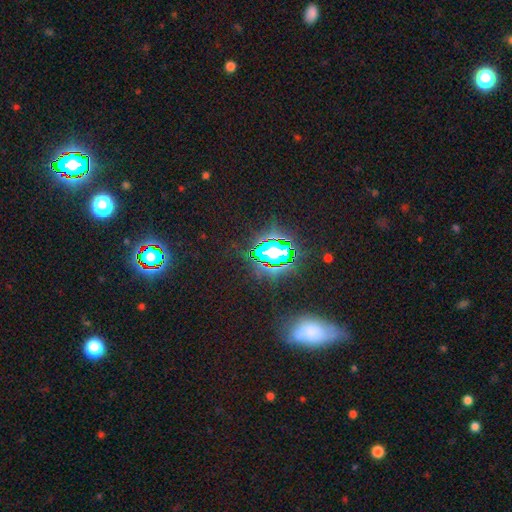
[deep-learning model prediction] Smooth or featured? Predicted: star or artifact (p=0.75).